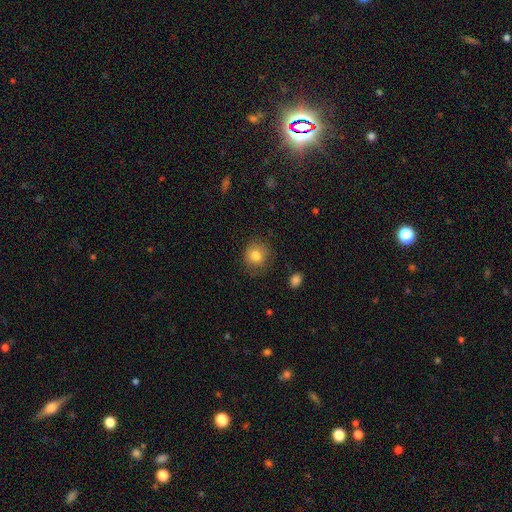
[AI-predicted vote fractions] The model was most divided on "merging": none: 79%, minor disturbance: 15%, major disturbance: 4%, merger: 1%. More confident: how rounded — round (85%); smooth or featured — smooth (81%).